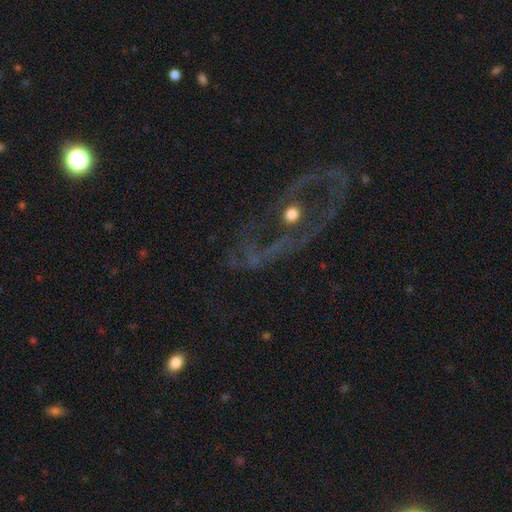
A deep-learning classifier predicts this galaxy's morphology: Smooth or featured? featured or disk (61%)
Edge-on disk? no (90%)
Bar? no (76%)
Spiral arms? no (52%)
Bulge size? moderate (54%)
Merging? none (58%)